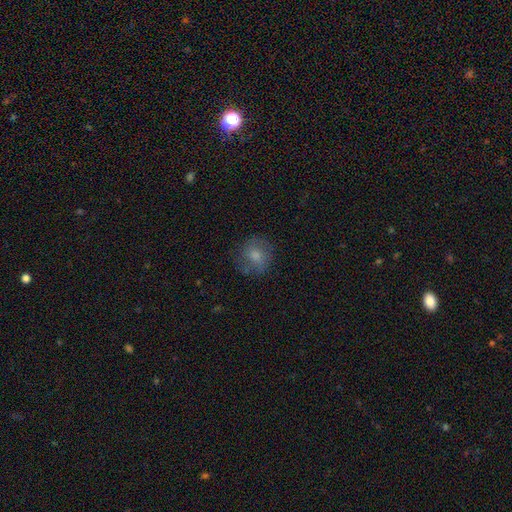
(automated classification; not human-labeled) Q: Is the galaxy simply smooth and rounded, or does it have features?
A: smooth — 72%.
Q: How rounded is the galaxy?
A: round — 80%.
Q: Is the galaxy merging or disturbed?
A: none — 72%.